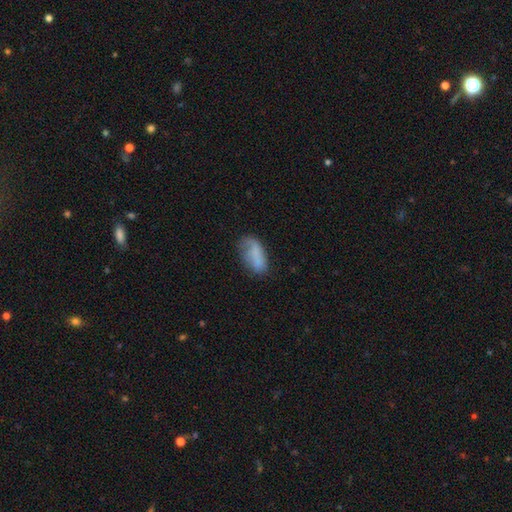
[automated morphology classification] smooth-or-featured: smooth: 68% | featured or disk: 23% | star or artifact: 9%
  how-rounded: in between: 89% | cigar-shaped: 7% | round: 4%
  merging: none: 49% | minor disturbance: 31% | major disturbance: 16% | merger: 3%